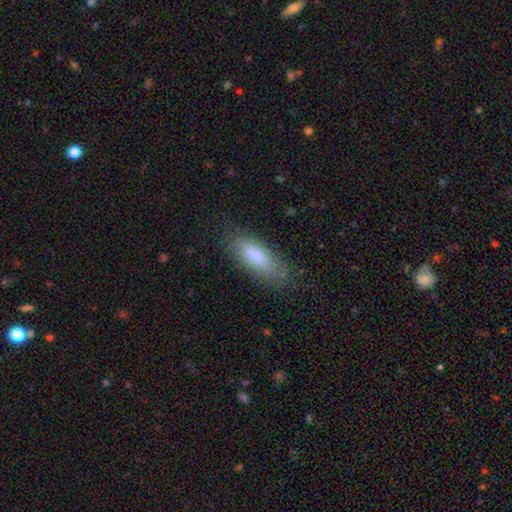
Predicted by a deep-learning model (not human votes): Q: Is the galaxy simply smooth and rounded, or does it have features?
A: smooth — 82%.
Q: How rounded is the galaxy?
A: in between — 69%.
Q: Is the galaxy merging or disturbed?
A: none — 76%.